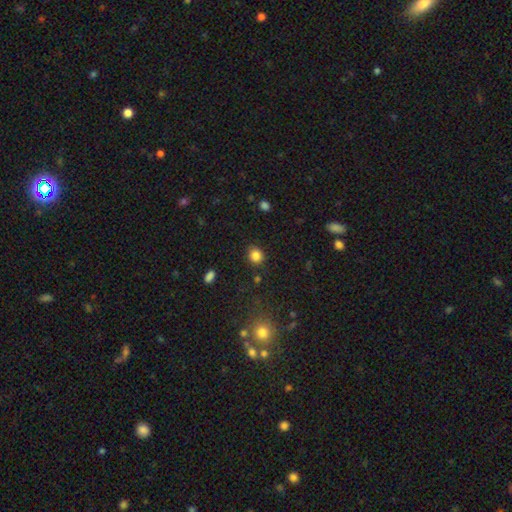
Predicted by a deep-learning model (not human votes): This appears to be a smooth galaxy with no disk features (83%) that is round (81%). Merging: none (87%).